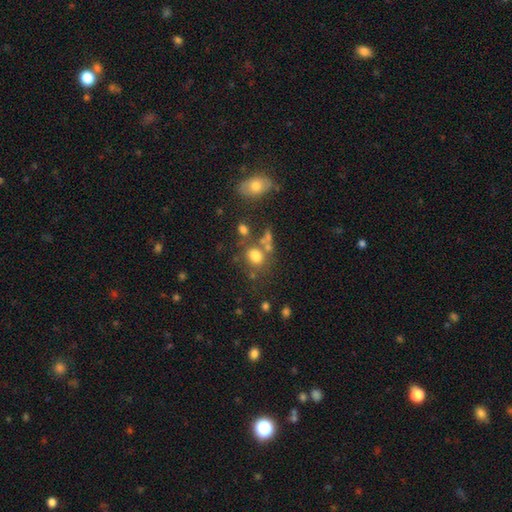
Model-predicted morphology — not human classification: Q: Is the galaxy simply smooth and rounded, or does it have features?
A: smooth — 72%.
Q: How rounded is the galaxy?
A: in between — 50%.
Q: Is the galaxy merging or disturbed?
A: none — 49%.